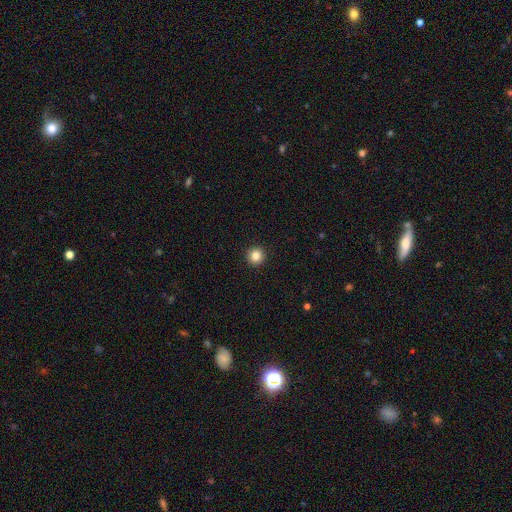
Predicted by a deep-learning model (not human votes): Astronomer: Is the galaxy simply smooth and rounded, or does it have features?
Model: smooth — 85%.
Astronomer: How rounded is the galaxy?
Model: round — 96%.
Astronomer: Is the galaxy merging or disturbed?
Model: none — 94%.